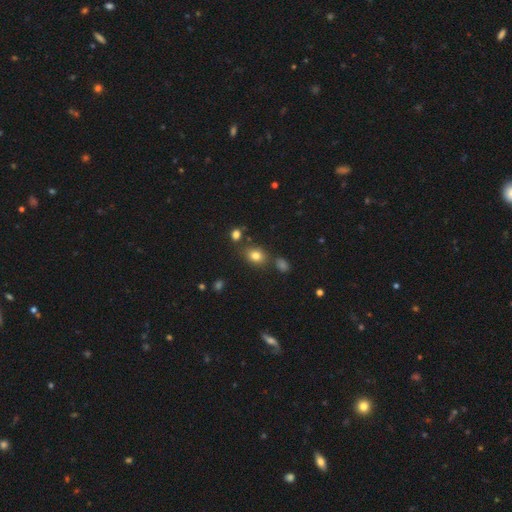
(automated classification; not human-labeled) Smooth or featured? smooth (79%)
How rounded? in between (56%)
Merging? none (75%)